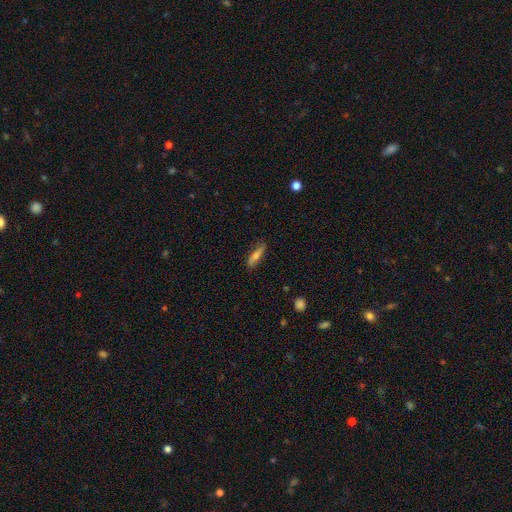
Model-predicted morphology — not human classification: This appears to be a smooth galaxy with no disk features (55%) that is cigar-shaped (66%). Merging: none (80%).